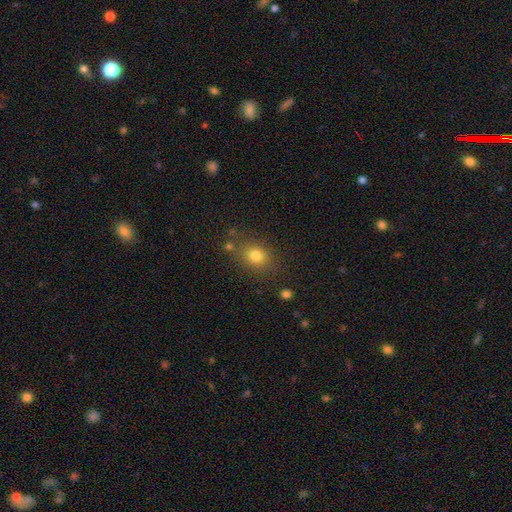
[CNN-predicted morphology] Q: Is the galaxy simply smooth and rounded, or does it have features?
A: smooth — 79%.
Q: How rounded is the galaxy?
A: round — 57%.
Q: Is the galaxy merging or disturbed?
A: none — 78%.